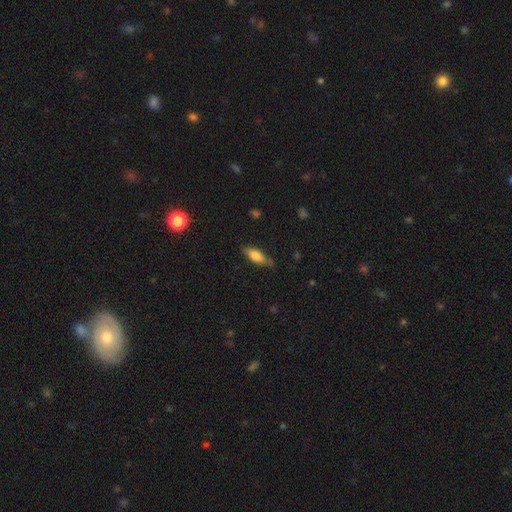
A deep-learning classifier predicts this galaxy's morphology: Smooth or featured?
  - smooth: 68% *
  - featured or disk: 25%
  - star or artifact: 7%
How rounded?
  - in between: 64% *
  - cigar-shaped: 34%
  - round: 3%
Merging?
  - none: 72% *
  - minor disturbance: 22%
  - major disturbance: 5%
  - merger: 2%